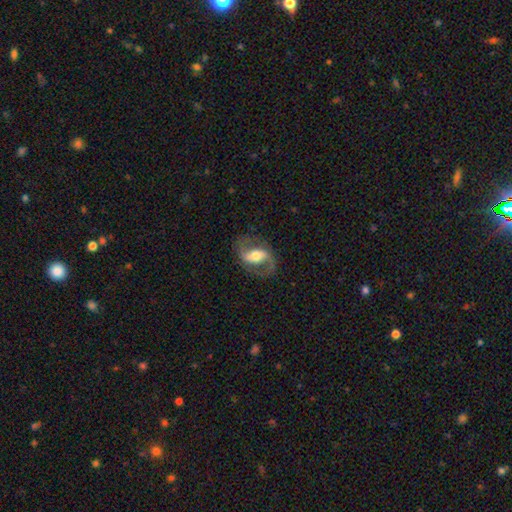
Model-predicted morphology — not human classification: featured or disk 83%, smooth 12%, star or artifact 6%. Down the decision tree: edge-on disk — no (96%); bar — weak (39%); spiral arms — yes (93%); spiral arm count — 2 (91%); spiral winding — medium (50%); bulge size — moderate (62%); merging — none (78%).